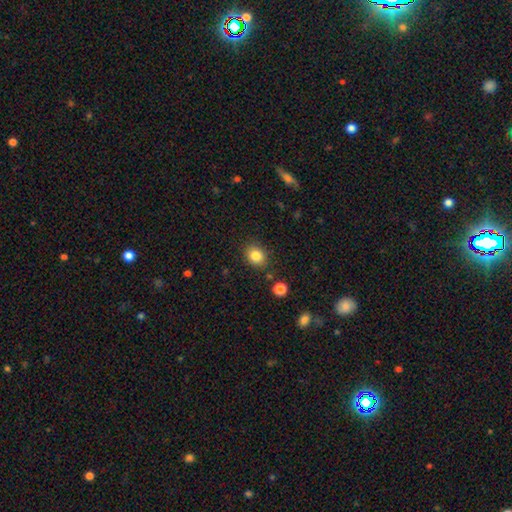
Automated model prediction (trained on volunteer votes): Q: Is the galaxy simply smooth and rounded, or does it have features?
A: smooth — 84%.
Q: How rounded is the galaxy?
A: round — 60%.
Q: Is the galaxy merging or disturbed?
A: none — 84%.